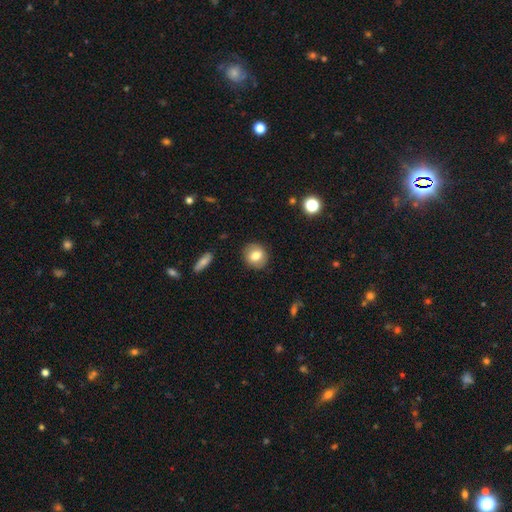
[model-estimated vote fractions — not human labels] Morphology: type=smooth (77%); roundness=round (83%); merging=none (89%).